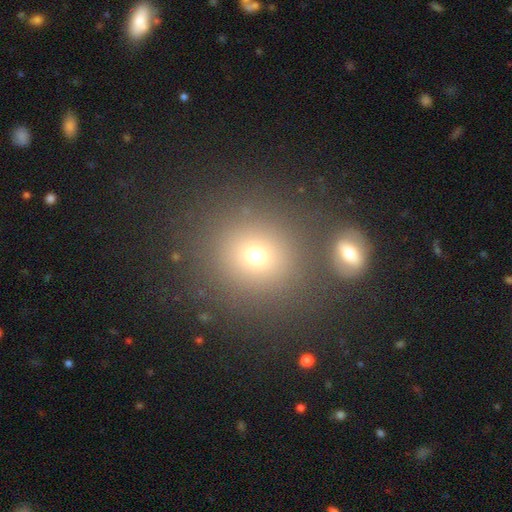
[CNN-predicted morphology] A smooth galaxy with no disk features (68%) that is round (89%). Merging: none (78%).